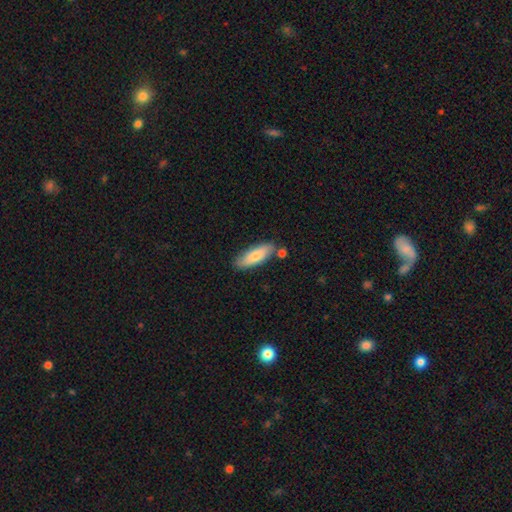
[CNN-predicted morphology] Smooth or featured?
  - smooth: 75% *
  - featured or disk: 19%
  - star or artifact: 6%
How rounded?
  - in between: 55% *
  - cigar-shaped: 43%
  - round: 2%
Merging?
  - none: 79% *
  - minor disturbance: 13%
  - merger: 6%
  - major disturbance: 2%